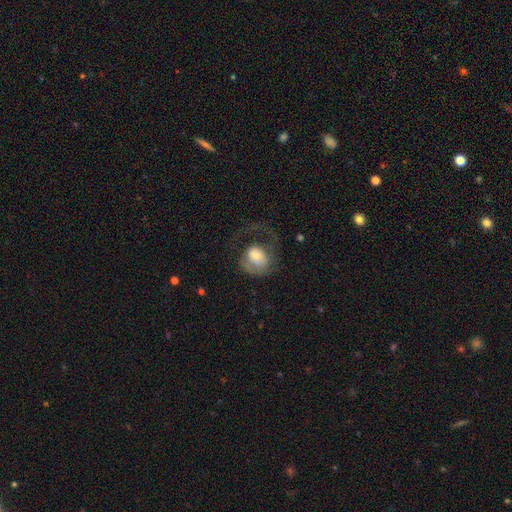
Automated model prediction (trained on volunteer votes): Smooth or featured: smooth — 50% (featured or disk — 42%)
How rounded: round — 60% (in between — 39%)
Merging: major disturbance — 52% (none — 30%)